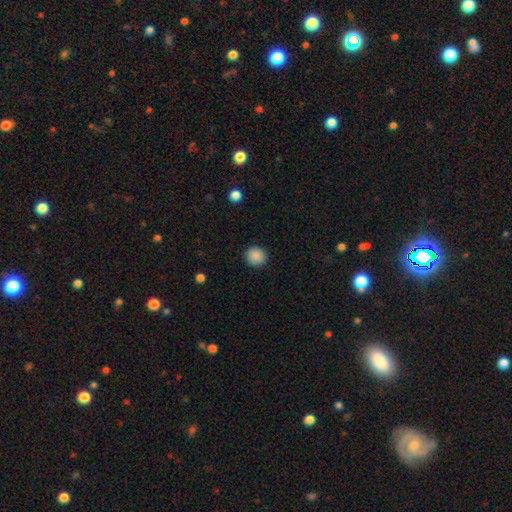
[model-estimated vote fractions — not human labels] A smooth galaxy with no disk features (89%) that is round (90%). Merging: none (91%).